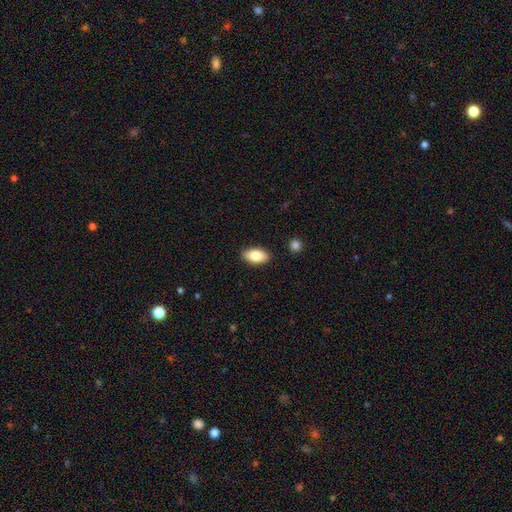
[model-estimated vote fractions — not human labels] Smooth or featured? Predicted: smooth (p=0.83). How rounded? Predicted: in between (p=0.92). Merging? Predicted: none (p=0.87).